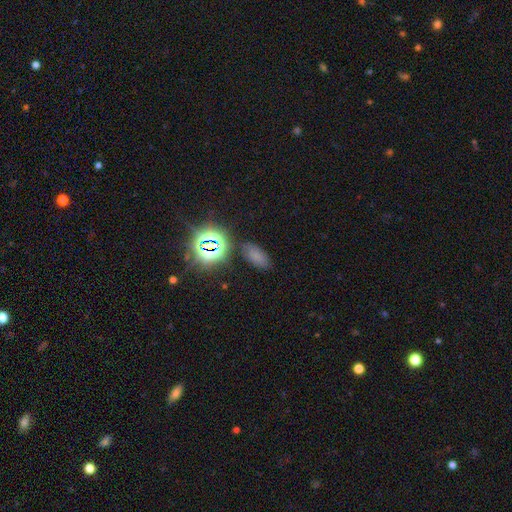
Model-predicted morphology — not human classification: Smooth or featured? Predicted: smooth (p=0.61). How rounded? Predicted: in between (p=0.89). Merging? Predicted: none (p=0.81).